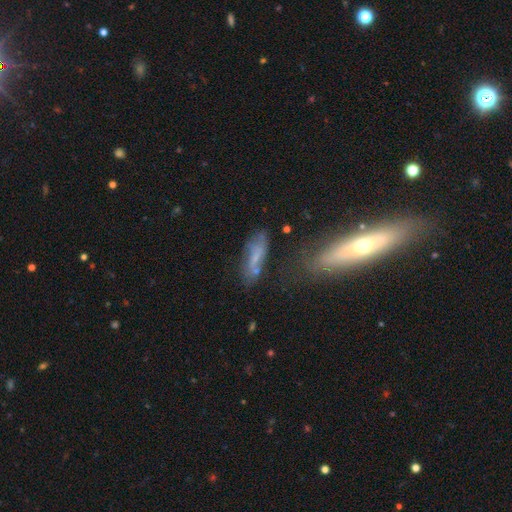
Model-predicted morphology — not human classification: type=smooth (52%); roundness=cigar-shaped (49%); merging=none (52%).